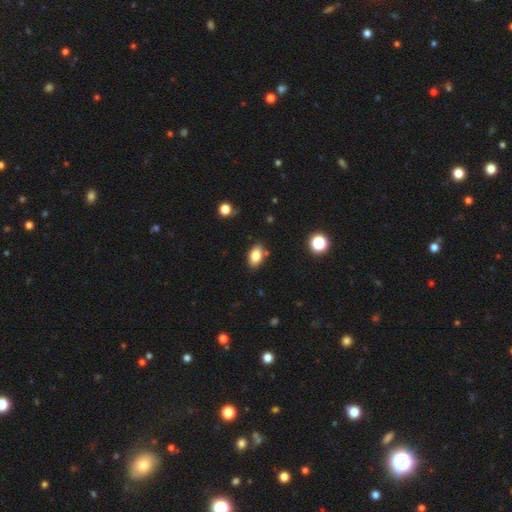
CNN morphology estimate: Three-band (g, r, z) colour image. It shows a smooth galaxy with no disk features (82%) that is in between round and cigar-shaped (89%). Merging: none (82%).